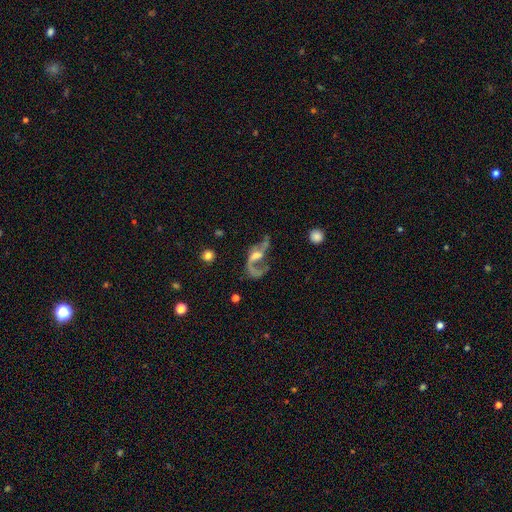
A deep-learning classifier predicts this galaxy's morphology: A featured or disk galaxy (79%) with no bar (47%), 2 (63%) loose (79%) spiral arms (86%) and a moderate central bulge (49%). Merging: major disturbance (42%).